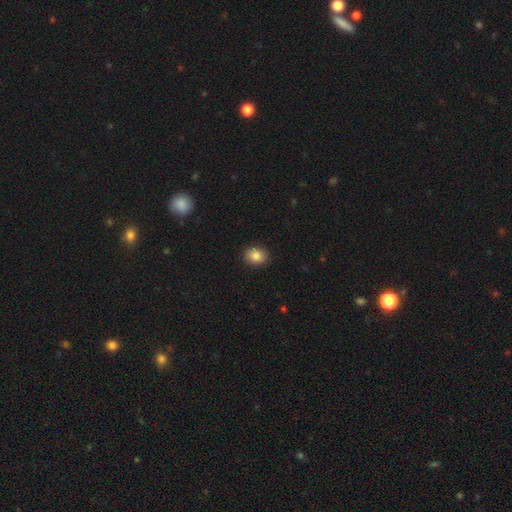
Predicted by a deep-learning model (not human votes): The model was most divided on "how rounded": round: 50%, in between: 49%, cigar-shaped: 1%. More confident: merging — none (89%); smooth or featured — smooth (86%).